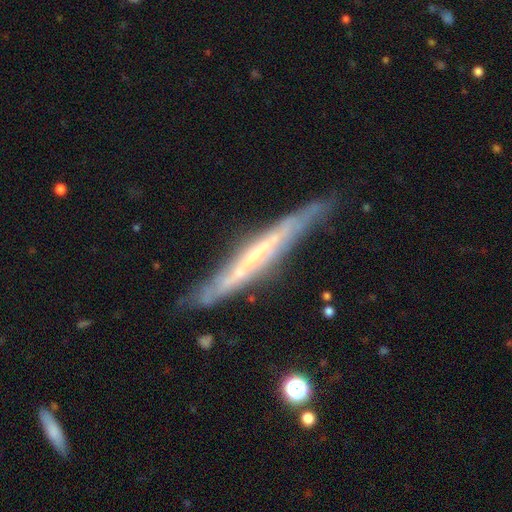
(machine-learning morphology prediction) Q: Smooth or featured?
A: featured or disk (73%); runner-up: smooth (21%)
Q: Edge-on disk?
A: yes (86%); runner-up: no (14%)
Q: Edge-on bulge?
A: none (67%); runner-up: rounded (22%)
Q: Merging?
A: none (76%); runner-up: minor disturbance (18%)